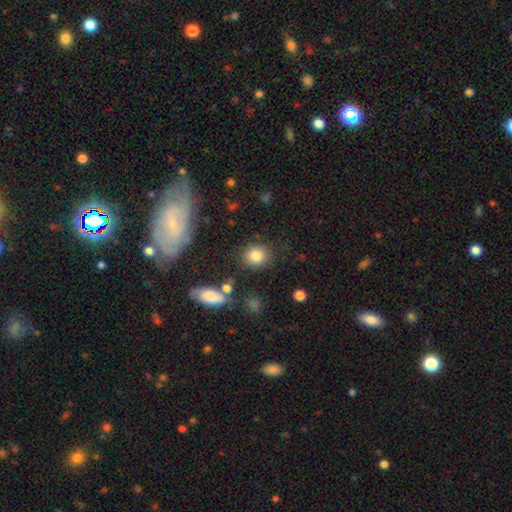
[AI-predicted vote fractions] Smooth or featured? smooth (83%)
How rounded? round (72%)
Merging? none (81%)